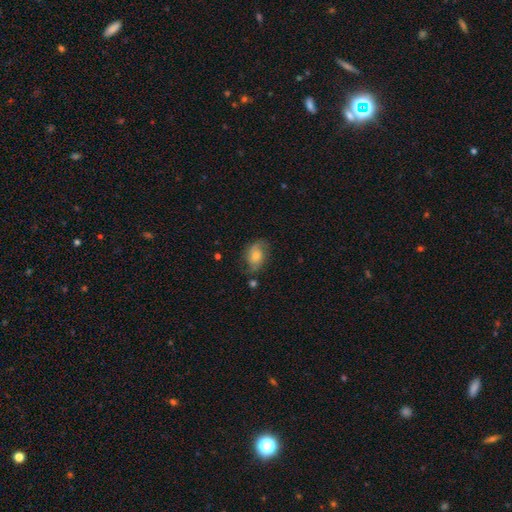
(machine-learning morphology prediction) This is possibly a featured or disk galaxy (49%). Merging: likely none (62%).